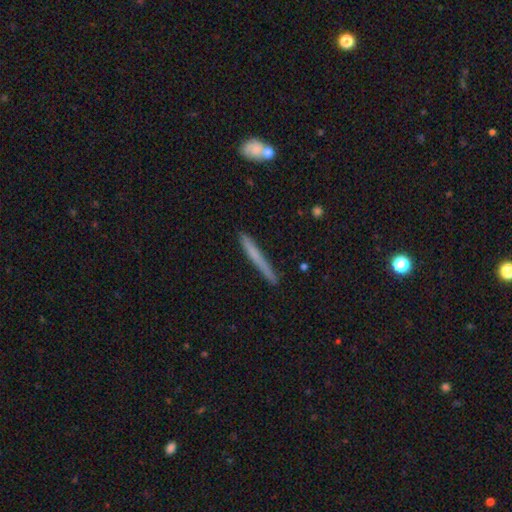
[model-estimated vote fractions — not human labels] Morphology: type=smooth (60%); roundness=cigar-shaped (96%); merging=none (86%).